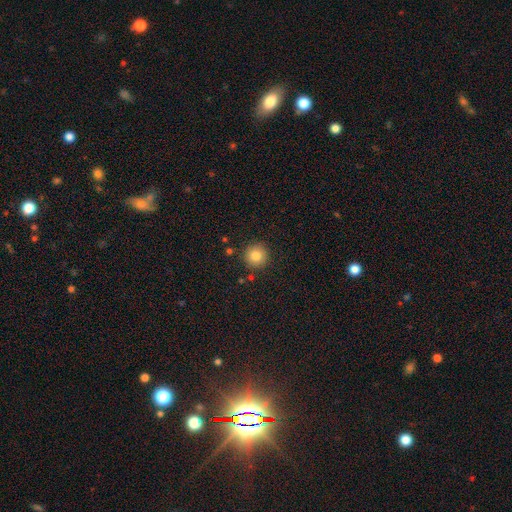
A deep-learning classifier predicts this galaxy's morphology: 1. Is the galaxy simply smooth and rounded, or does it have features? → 83% smooth, 10% star or artifact, 7% featured or disk.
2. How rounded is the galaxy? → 95% round, 4% in between, 1% cigar-shaped.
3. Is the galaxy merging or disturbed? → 89% none, 7% minor disturbance, 2% merger, 2% major disturbance.